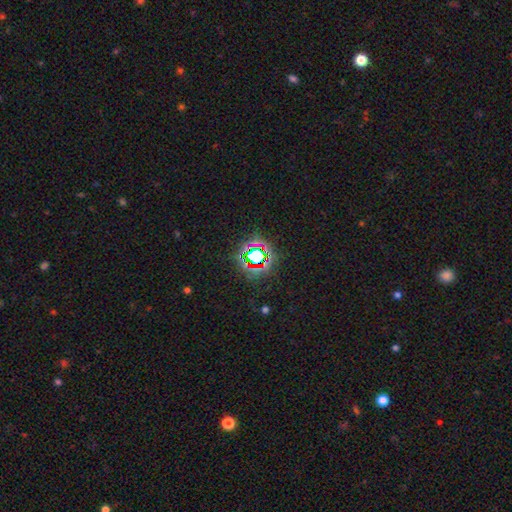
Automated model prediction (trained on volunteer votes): smooth_or_featured: star or artifact (p=0.73) [alt: smooth p=0.17]